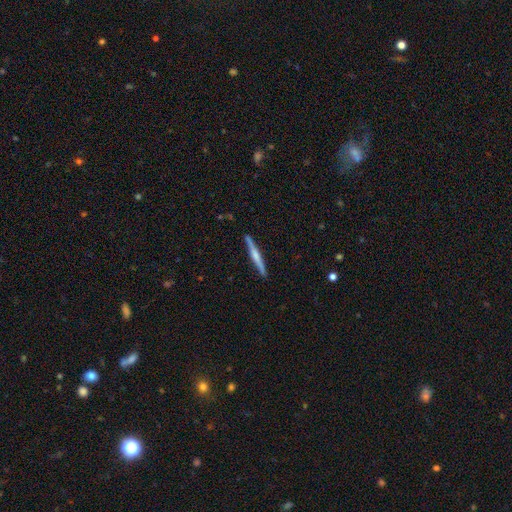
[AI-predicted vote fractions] A featured or disk galaxy (66%) viewed edge-on (98%) with a rounded central bulge (66%).

Vote fractions:
- Smooth or featured? featured or disk: 66% / smooth: 29% / star or artifact: 5%
- Edge-on disk? yes: 98% / no: 2%
- Edge-on bulge? rounded: 66% / none: 18% / boxy: 17%
- Merging? none: 92% / minor disturbance: 6% / major disturbance: 1% / merger: 1%